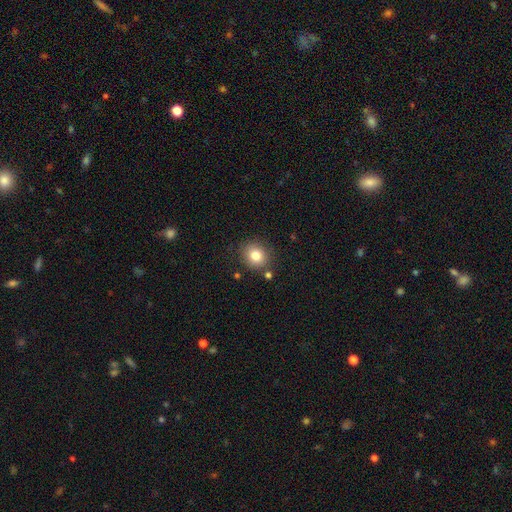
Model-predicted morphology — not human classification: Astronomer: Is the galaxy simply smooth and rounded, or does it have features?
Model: smooth — 81%.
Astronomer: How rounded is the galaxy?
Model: round — 79%.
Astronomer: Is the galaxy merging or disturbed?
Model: none — 82%.